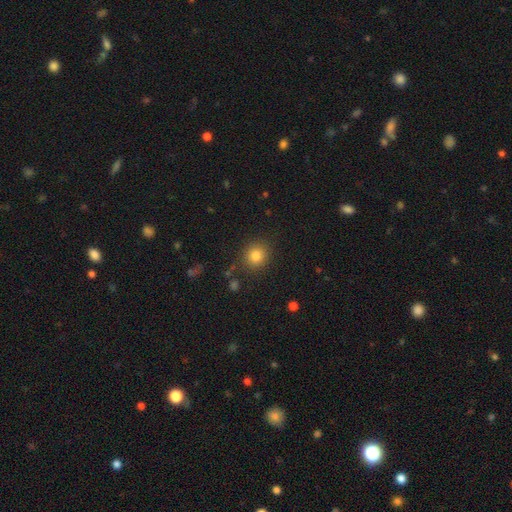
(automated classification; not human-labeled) Overall: smooth (83%). How rounded: round (82%). Merging: none (86%).